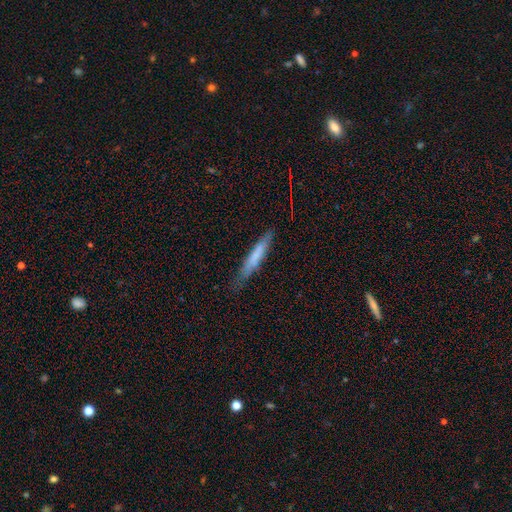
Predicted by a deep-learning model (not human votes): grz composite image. It shows a smooth galaxy with no disk features (64%) that is cigar-shaped (93%). Merging: none (74%).